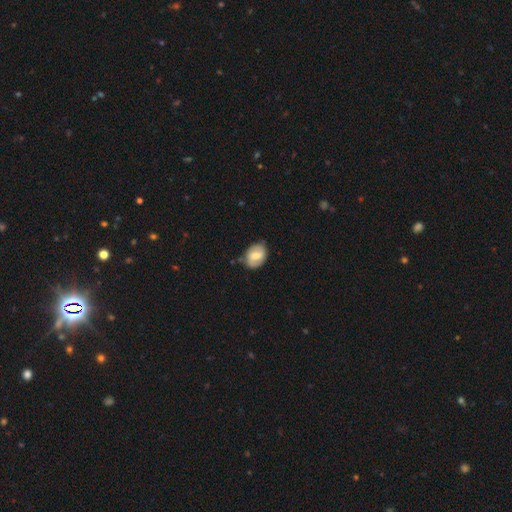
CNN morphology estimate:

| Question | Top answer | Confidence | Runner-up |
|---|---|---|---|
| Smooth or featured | smooth | 51% | featured or disk (42%) |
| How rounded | in between | 67% | round (31%) |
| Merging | none | 73% | minor disturbance (20%) |